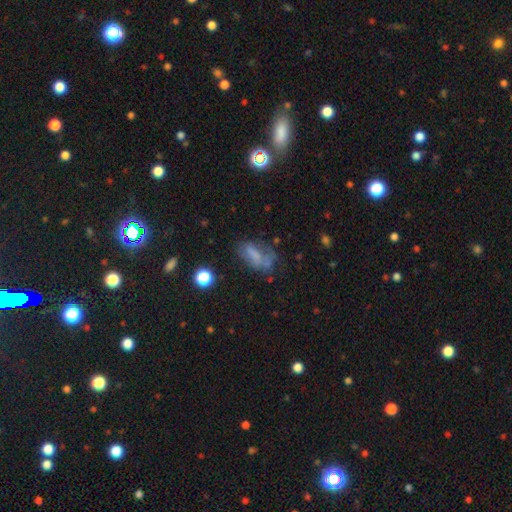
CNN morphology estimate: The model was most divided on "merging": none: 43%, minor disturbance: 26%, major disturbance: 24%, merger: 8%. More confident: how rounded — in between (76%); smooth or featured — smooth (50%).